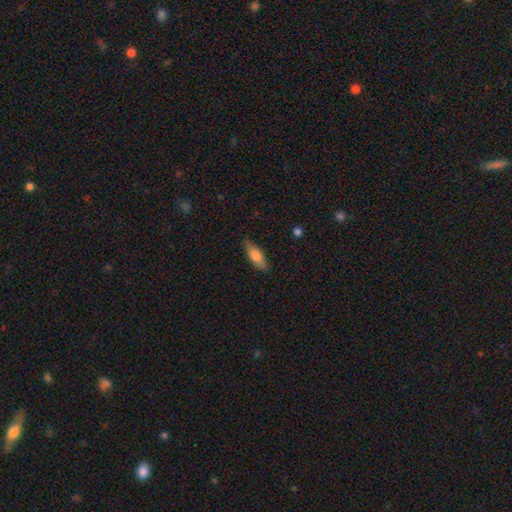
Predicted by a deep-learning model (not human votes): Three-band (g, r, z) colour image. It shows a smooth galaxy with no disk features (74%) that is in between round and cigar-shaped (57%). Merging: none (84%).